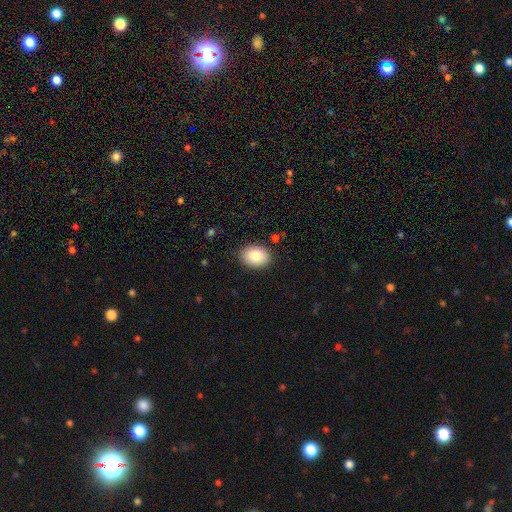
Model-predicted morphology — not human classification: Q: Smooth or featured?
A: smooth (85%); runner-up: featured or disk (8%)
Q: How rounded?
A: in between (74%); runner-up: round (26%)
Q: Merging?
A: none (87%); runner-up: minor disturbance (9%)